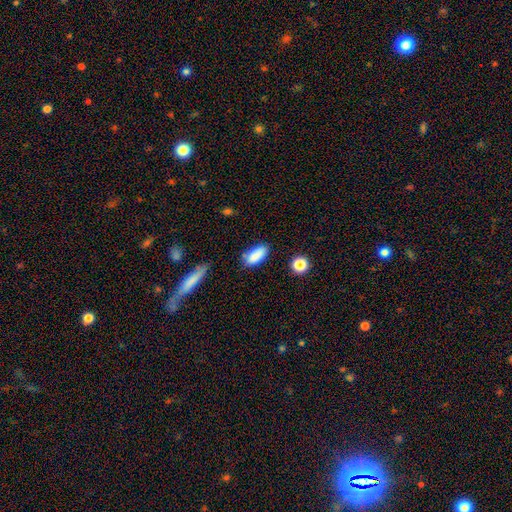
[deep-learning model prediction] This is clearly a smooth galaxy (86%). How rounded: clearly in between (85%). Merging: likely none (70%).